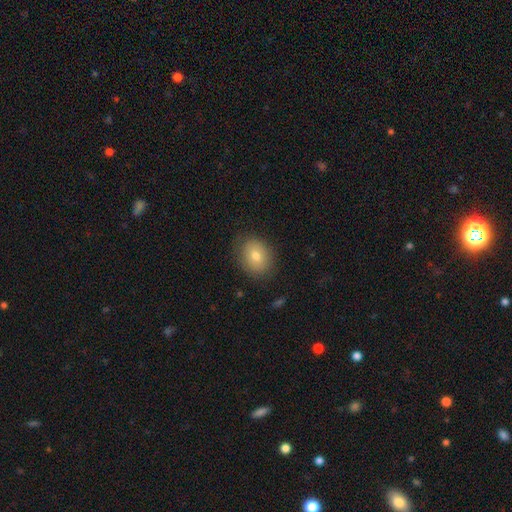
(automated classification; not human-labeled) Smooth or featured? Predicted: smooth (p=0.75). How rounded? Predicted: in between (p=0.56). Merging? Predicted: none (p=0.81).